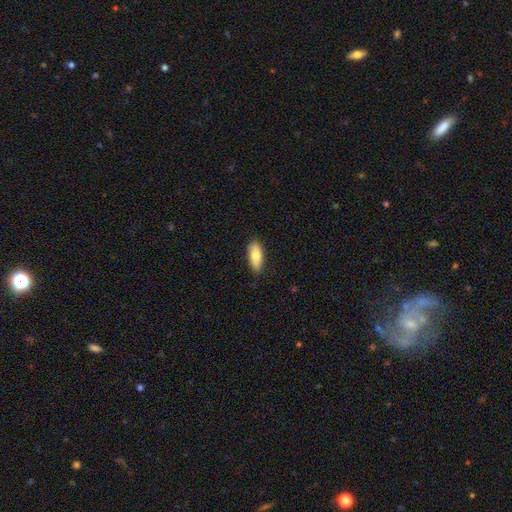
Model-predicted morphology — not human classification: Smooth or featured?
  - smooth: 77% *
  - featured or disk: 17%
  - star or artifact: 6%
How rounded?
  - in between: 81% *
  - cigar-shaped: 17%
  - round: 3%
Merging?
  - none: 86% *
  - minor disturbance: 11%
  - major disturbance: 2%
  - merger: 1%